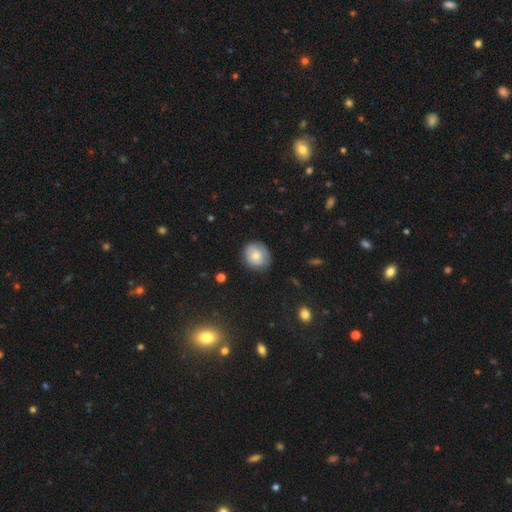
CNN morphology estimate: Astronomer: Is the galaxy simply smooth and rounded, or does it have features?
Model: smooth — 73%.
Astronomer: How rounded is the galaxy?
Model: round — 78%.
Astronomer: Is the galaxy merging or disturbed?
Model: none — 80%.